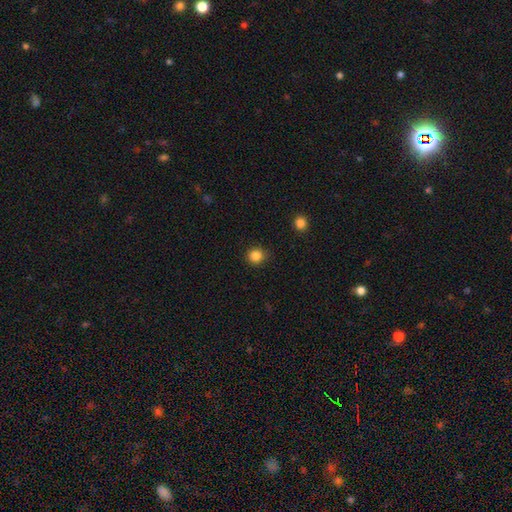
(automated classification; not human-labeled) smooth_or_featured: smooth (p=0.84) [alt: star or artifact p=0.12]
how_rounded: round (p=0.90) [alt: in between p=0.09]
merging: none (p=0.89) [alt: minor disturbance p=0.08]